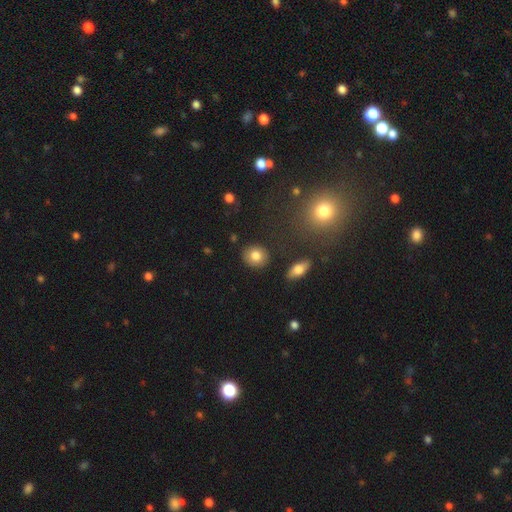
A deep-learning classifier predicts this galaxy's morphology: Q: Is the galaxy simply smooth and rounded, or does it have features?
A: smooth — 82%.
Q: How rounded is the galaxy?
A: round — 75%.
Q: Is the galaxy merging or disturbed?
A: none — 88%.